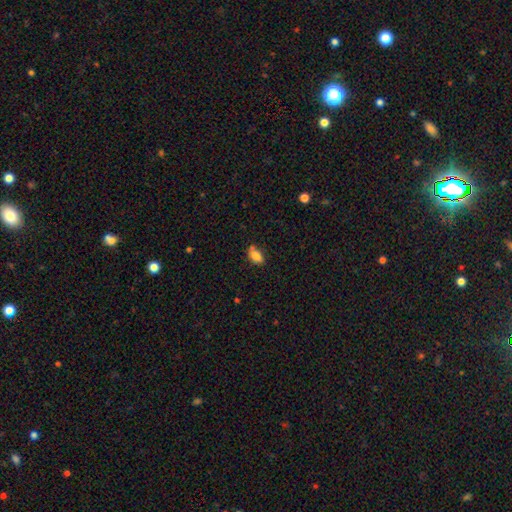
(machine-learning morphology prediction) A smooth galaxy with no disk features (82%) that is in between round and cigar-shaped (89%). Merging: none (62%).